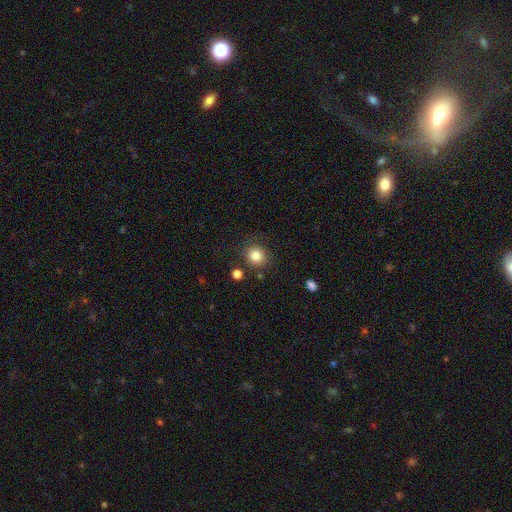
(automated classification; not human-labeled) This is clearly a smooth galaxy (83%). How rounded: clearly round (86%). Merging: clearly none (84%).